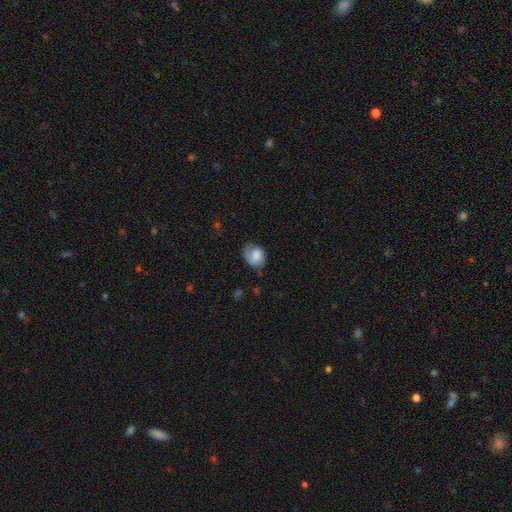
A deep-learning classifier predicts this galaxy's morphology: Smooth or featured? Predicted: smooth (p=0.69). How rounded? Predicted: in between (p=0.55). Merging? Predicted: none (p=0.46).